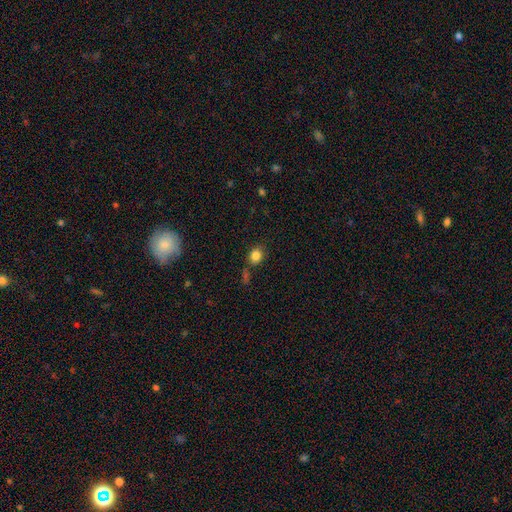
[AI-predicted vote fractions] Overall: smooth (83%). How rounded: round (61%; in between 38%). Merging: none (71%).